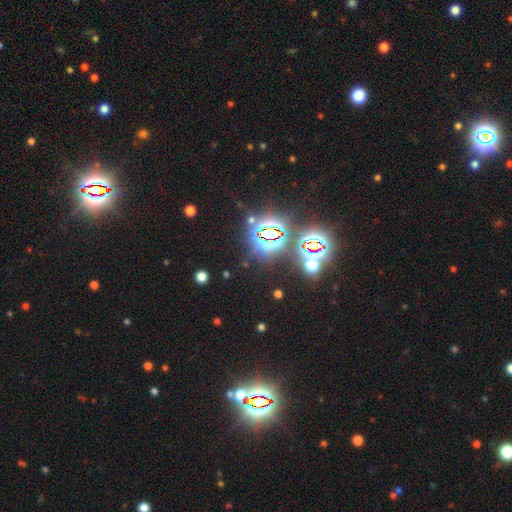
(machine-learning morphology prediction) A star or artifact, not a galaxy (81%).

Vote fractions:
- Smooth or featured? star or artifact: 81% / smooth: 12% / featured or disk: 7%